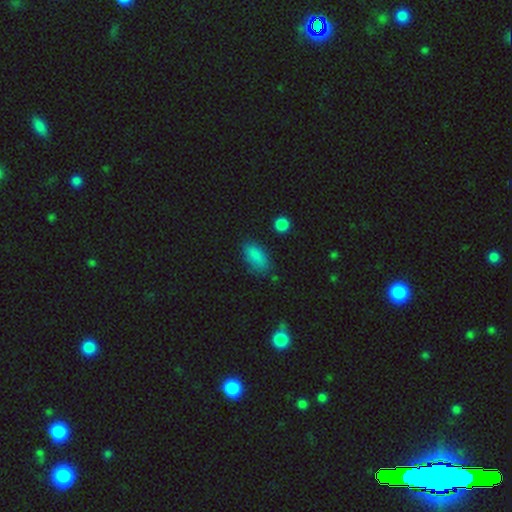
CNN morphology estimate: This appears to be a smooth galaxy with no disk features (83%) that is in between round and cigar-shaped (84%). Merging: none (71%).